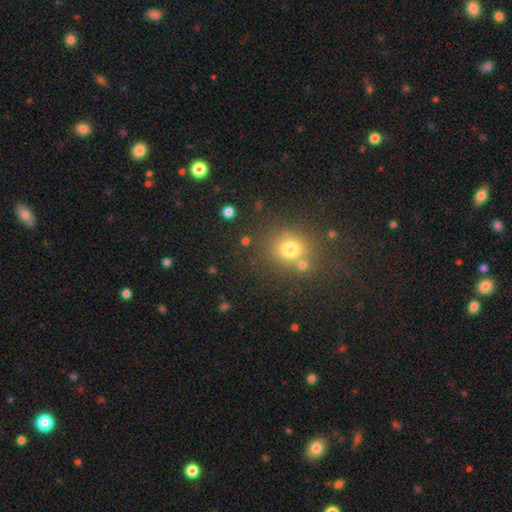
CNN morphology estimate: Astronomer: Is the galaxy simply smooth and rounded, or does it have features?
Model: smooth — 56% (runner-up: star or artifact, 37%).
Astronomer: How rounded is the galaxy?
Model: round — 85%.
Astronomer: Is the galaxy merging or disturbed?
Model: none — 80%.